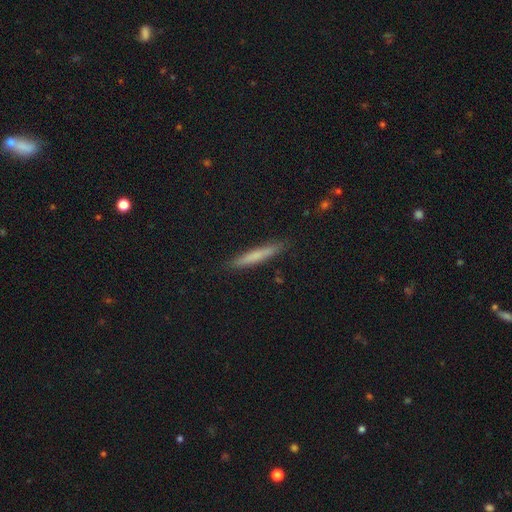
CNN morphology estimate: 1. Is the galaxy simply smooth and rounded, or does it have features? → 66% smooth, 27% featured or disk, 7% star or artifact.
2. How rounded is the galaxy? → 95% cigar-shaped, 4% in between, 1% round.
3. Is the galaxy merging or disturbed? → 89% none, 8% minor disturbance, 2% major disturbance, 1% merger.